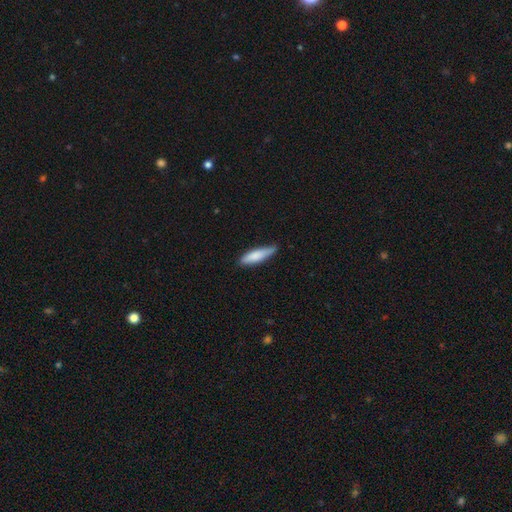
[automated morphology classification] smooth-or-featured: smooth: 81% | featured or disk: 14% | star or artifact: 5%
  how-rounded: cigar-shaped: 70% | in between: 28% | round: 2%
  merging: none: 73% | minor disturbance: 22% | major disturbance: 3% | merger: 1%